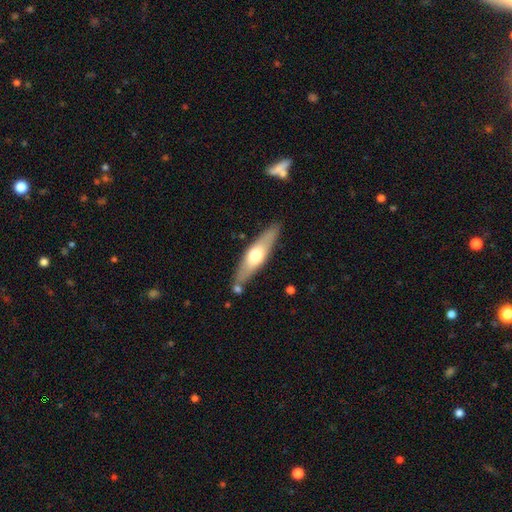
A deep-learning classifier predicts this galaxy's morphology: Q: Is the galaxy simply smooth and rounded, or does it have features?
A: featured or disk — 48%.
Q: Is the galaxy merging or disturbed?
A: none — 81%.